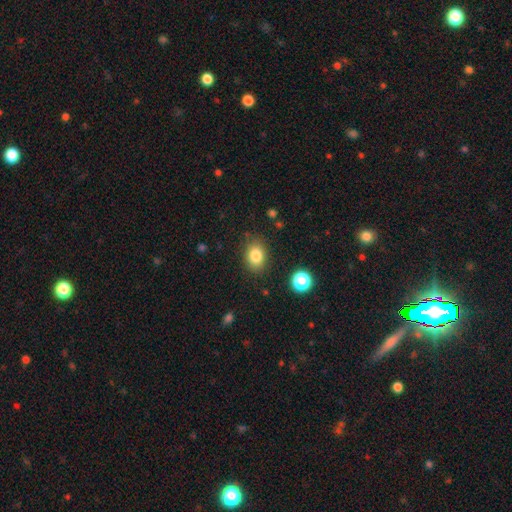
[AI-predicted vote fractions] Smooth or featured? smooth (83%)
How rounded? in between (69%)
Merging? none (83%)